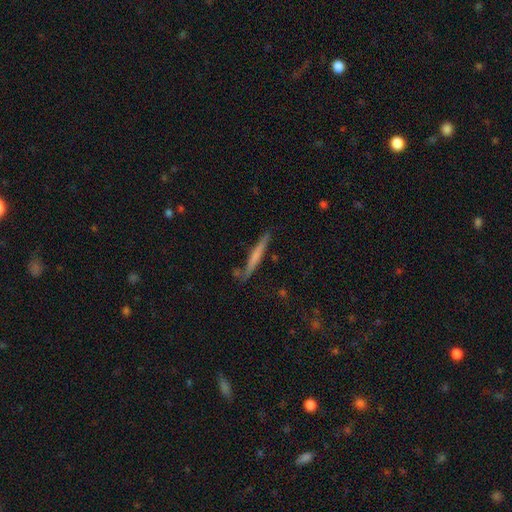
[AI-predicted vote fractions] The model was most divided on "smooth or featured": smooth: 52%, featured or disk: 42%, star or artifact: 6%. More confident: how rounded — cigar-shaped (96%); merging — none (83%).